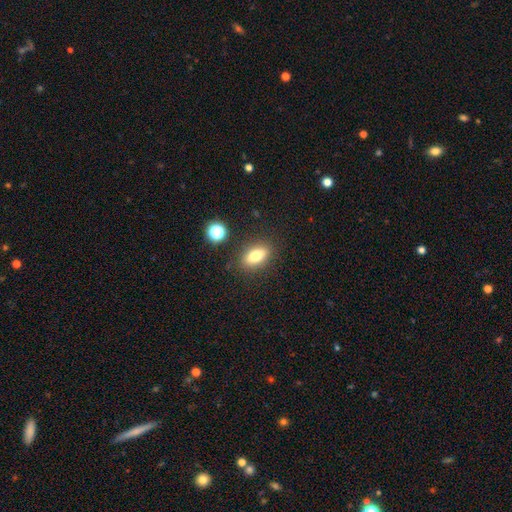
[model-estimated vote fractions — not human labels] Smooth or featured? smooth (77%)
How rounded? in between (80%)
Merging? none (85%)